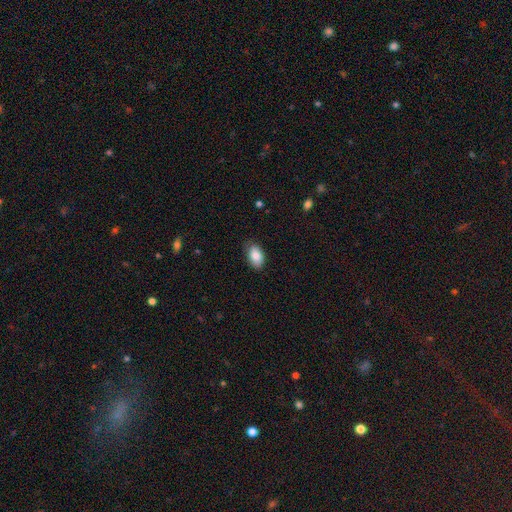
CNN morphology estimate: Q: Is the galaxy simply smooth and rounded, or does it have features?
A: smooth — 87%.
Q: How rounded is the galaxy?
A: in between — 92%.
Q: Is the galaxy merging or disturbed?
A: none — 80%.